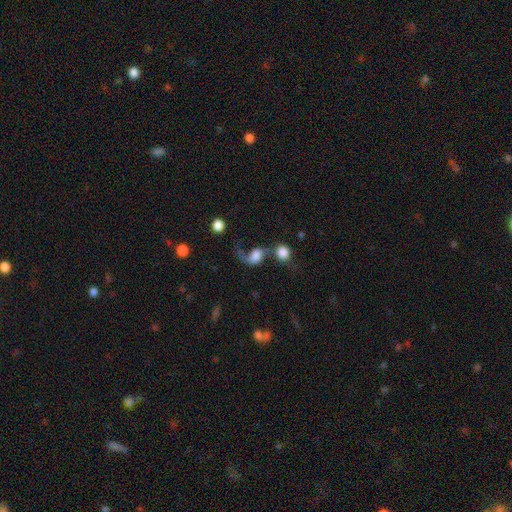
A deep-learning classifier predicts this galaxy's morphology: smooth_or_featured: featured or disk (p=0.45) [alt: smooth p=0.44]
merging: merger (p=0.43) [alt: major disturbance p=0.26]